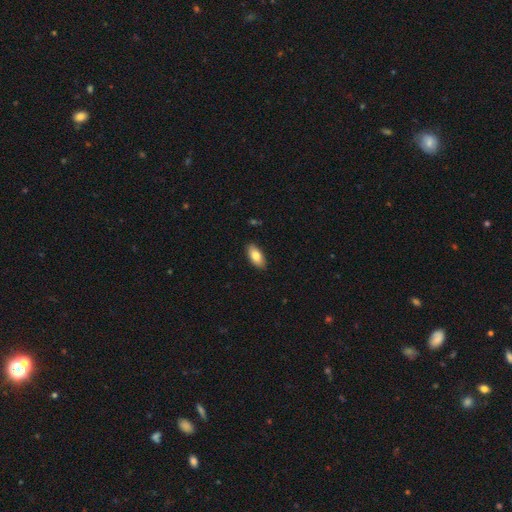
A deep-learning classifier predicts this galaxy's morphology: A smooth galaxy with no disk features (82%) that is in between round and cigar-shaped (91%).

Vote fractions:
- Smooth or featured? smooth: 82% / featured or disk: 12% / star or artifact: 6%
- How rounded? in between: 91% / cigar-shaped: 7% / round: 2%
- Merging? none: 89% / minor disturbance: 8% / major disturbance: 2% / merger: 1%